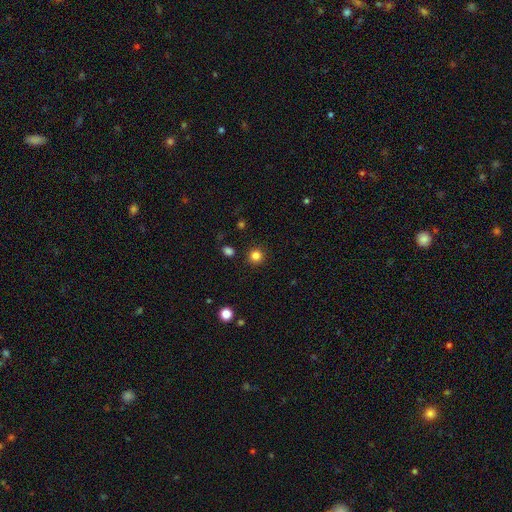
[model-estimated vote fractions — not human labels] Morphology: type=smooth (83%); roundness=round (94%); merging=none (91%).